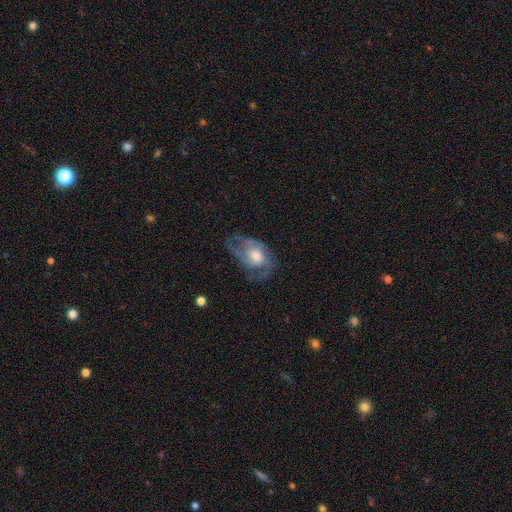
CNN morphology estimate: This is likely a featured or disk galaxy (72%). It is clearly not viewed edge-on (96%). Bar: likely no (76%). Spiral arm pattern: clearly yes (83%). Spiral arm count: marginally can't tell (31%). Spiral winding: marginally medium (44%). Central bulge: likely moderate (62%). Merging: possibly none (53%).